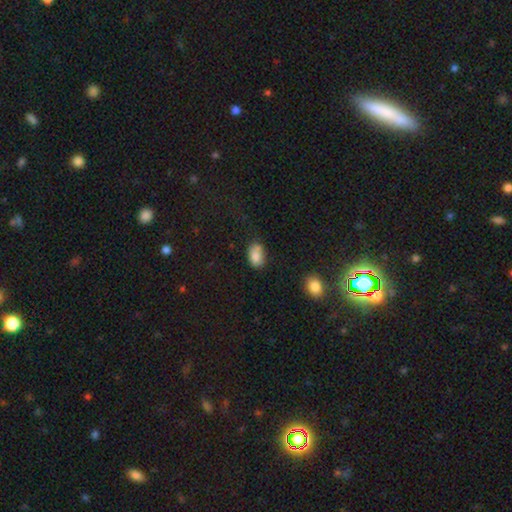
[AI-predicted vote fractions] A smooth galaxy with no disk features (83%) that is in between round and cigar-shaped (85%).

Vote fractions:
- Smooth or featured? smooth: 83% / star or artifact: 9% / featured or disk: 8%
- How rounded? in between: 85% / round: 14% / cigar-shaped: 1%
- Merging? none: 54% / minor disturbance: 26% / merger: 14% / major disturbance: 7%